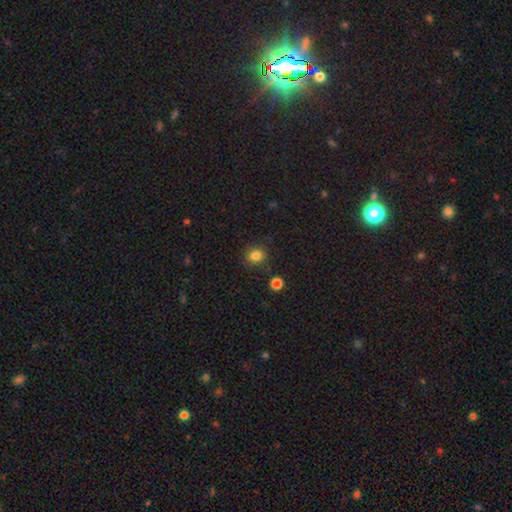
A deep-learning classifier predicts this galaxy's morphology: smooth_or_featured: smooth (p=0.83) [alt: star or artifact p=0.12]
how_rounded: round (p=0.78) [alt: in between p=0.21]
merging: none (p=0.85) [alt: minor disturbance p=0.10]